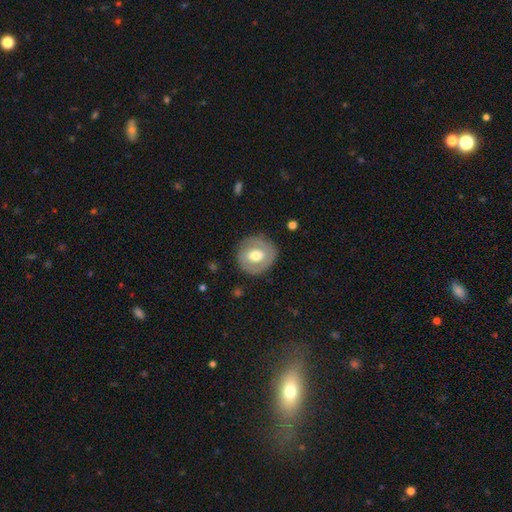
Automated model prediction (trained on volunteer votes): smooth 48%, featured or disk 46%, star or artifact 6%. Down the decision tree: merging — none (82%).